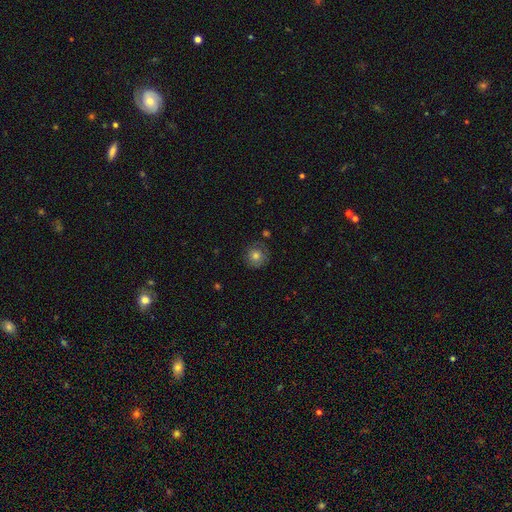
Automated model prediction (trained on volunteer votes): This is likely a smooth galaxy (72%). How rounded: clearly round (93%). Merging: clearly none (82%).